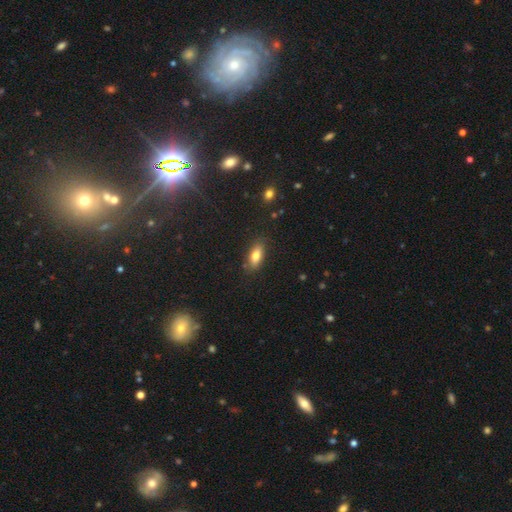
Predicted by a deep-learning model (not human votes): A smooth galaxy with no disk features (77%) that is in between round and cigar-shaped (80%).

Vote fractions:
- Smooth or featured? smooth: 77% / featured or disk: 14% / star or artifact: 8%
- How rounded? in between: 80% / cigar-shaped: 16% / round: 4%
- Merging? none: 83% / minor disturbance: 12% / major disturbance: 3% / merger: 2%